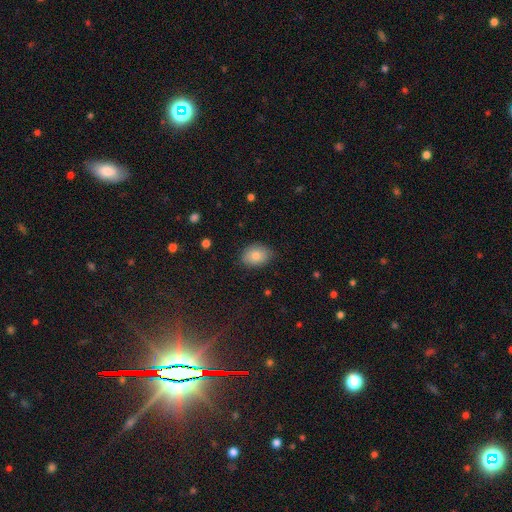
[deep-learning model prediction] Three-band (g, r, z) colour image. It shows a smooth galaxy with no disk features (84%) that is in between round and cigar-shaped (78%). Merging: none (78%).